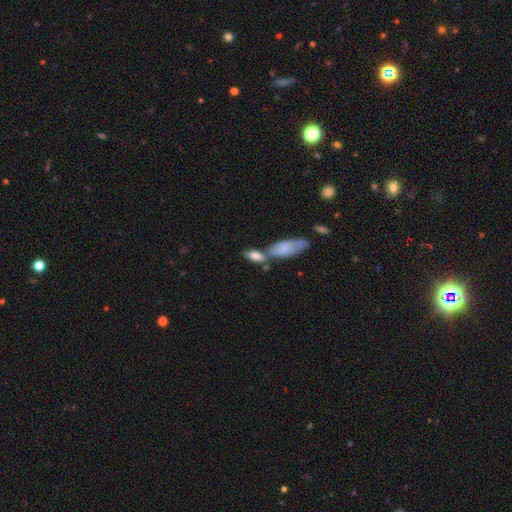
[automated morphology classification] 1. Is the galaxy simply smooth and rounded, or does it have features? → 76% smooth, 17% featured or disk, 7% star or artifact.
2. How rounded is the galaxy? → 77% in between, 19% cigar-shaped, 3% round.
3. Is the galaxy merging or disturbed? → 42% merger, 40% none, 13% minor disturbance, 5% major disturbance.